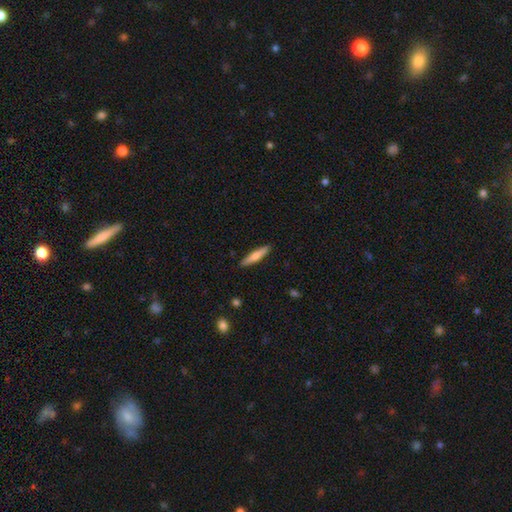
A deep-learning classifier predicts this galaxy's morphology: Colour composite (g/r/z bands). It shows a smooth galaxy with no disk features (59%) that is cigar-shaped (89%). Merging: none (91%).